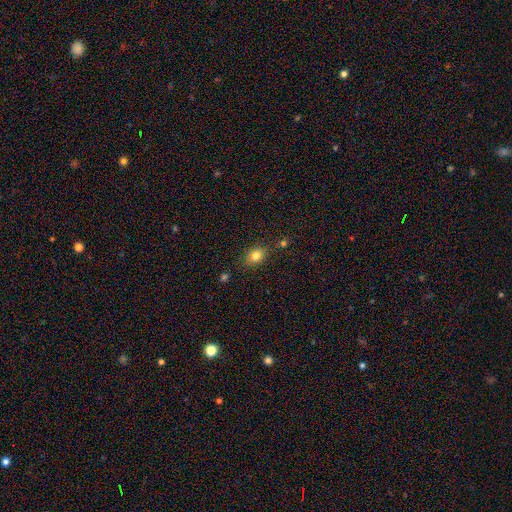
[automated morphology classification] A smooth galaxy with no disk features (80%) that is in between round and cigar-shaped (57%). Merging: none (81%).